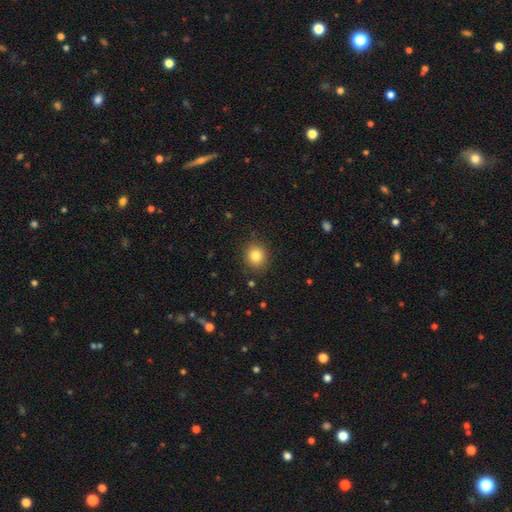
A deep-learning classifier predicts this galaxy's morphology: Smooth or featured? Predicted: smooth (p=0.82). How rounded? Predicted: round (p=0.84). Merging? Predicted: none (p=0.89).